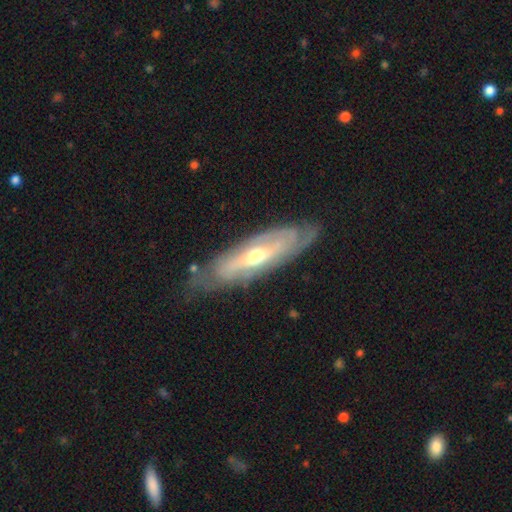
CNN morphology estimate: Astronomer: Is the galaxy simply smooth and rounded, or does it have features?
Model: featured or disk — 79%.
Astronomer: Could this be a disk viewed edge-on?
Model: no — 73%.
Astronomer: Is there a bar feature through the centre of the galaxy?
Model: no — 48% (runner-up: weak, 31%).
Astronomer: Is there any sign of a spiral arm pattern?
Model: yes — 78%.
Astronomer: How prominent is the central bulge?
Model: moderate — 61%.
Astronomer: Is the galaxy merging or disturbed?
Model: none — 73%.